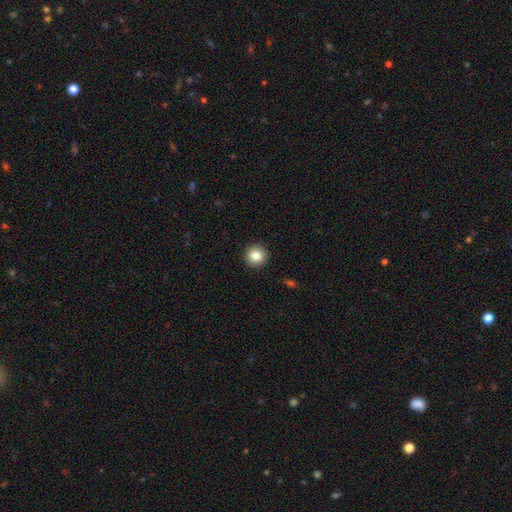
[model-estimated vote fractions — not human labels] Q: Smooth or featured?
A: smooth (84%); runner-up: star or artifact (9%)
Q: How rounded?
A: round (95%); runner-up: in between (4%)
Q: Merging?
A: none (93%); runner-up: minor disturbance (4%)